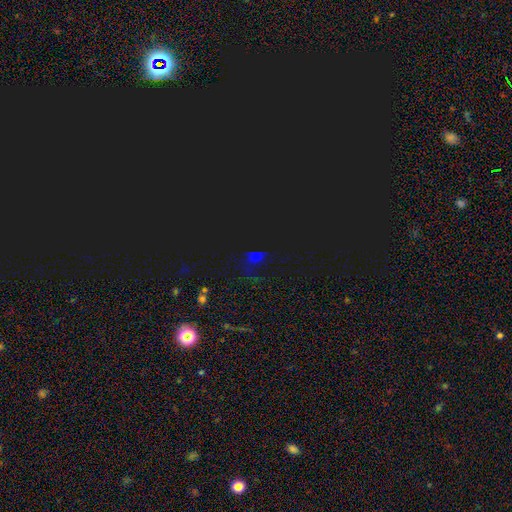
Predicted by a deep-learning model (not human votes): Smooth or featured: star or artifact — 67% (smooth — 24%)